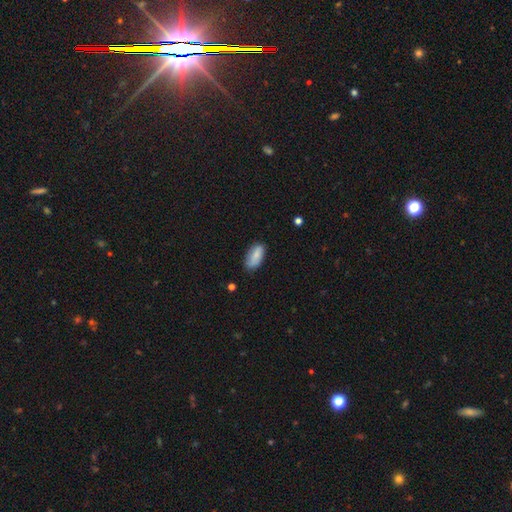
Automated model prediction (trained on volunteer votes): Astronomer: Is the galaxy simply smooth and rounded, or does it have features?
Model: smooth — 82%.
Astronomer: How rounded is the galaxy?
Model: in between — 90%.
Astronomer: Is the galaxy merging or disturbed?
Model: none — 74%.